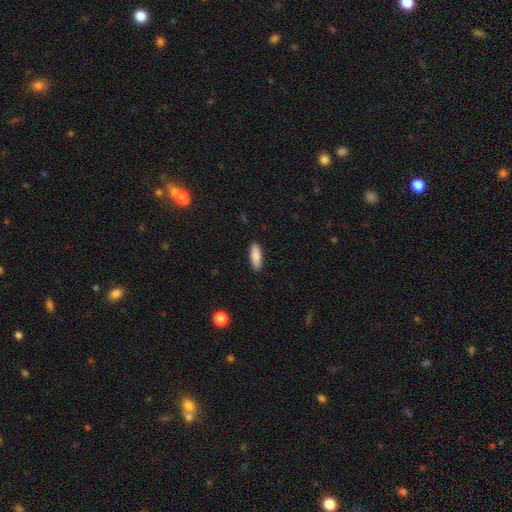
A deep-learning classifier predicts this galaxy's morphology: A smooth galaxy with no disk features (88%) that is in between round and cigar-shaped (59%).

Vote fractions:
- Smooth or featured? smooth: 88% / star or artifact: 6% / featured or disk: 6%
- How rounded? in between: 59% / cigar-shaped: 39% / round: 2%
- Merging? none: 89% / minor disturbance: 8% / major disturbance: 2% / merger: 1%